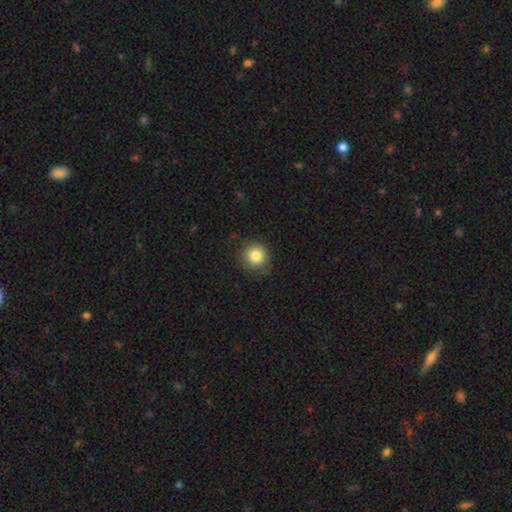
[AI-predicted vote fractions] smooth-or-featured: smooth: 83% | star or artifact: 10% | featured or disk: 7%
  how-rounded: round: 93% | in between: 6% | cigar-shaped: 1%
  merging: none: 83% | minor disturbance: 12% | major disturbance: 4% | merger: 1%